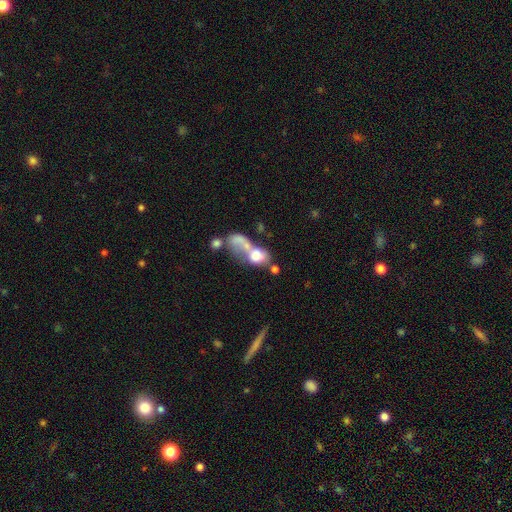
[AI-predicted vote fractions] This is possibly a smooth galaxy (59%). How rounded: likely in between (70%). Merging: likely merger (65%).